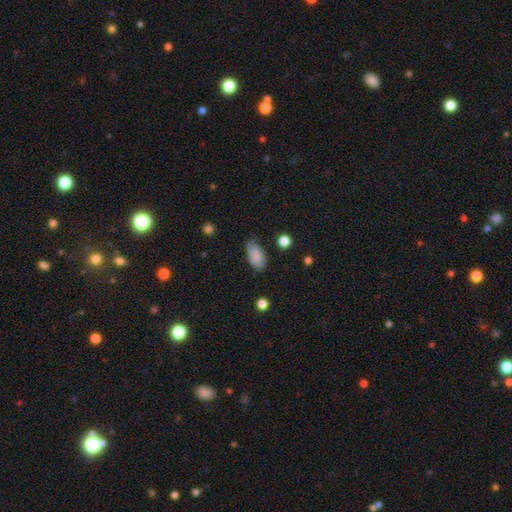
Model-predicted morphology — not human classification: A smooth galaxy with no disk features (82%) that is in between round and cigar-shaped (93%). Merging: none (69%).